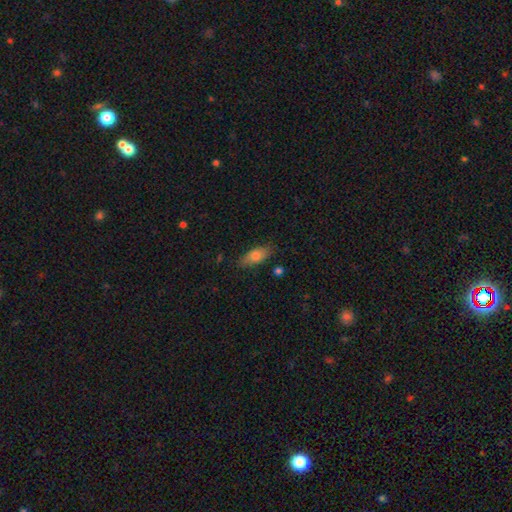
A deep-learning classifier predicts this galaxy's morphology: The model was most divided on "smooth or featured": smooth: 76%, featured or disk: 17%, star or artifact: 7%. More confident: merging — none (81%); how rounded — in between (78%).